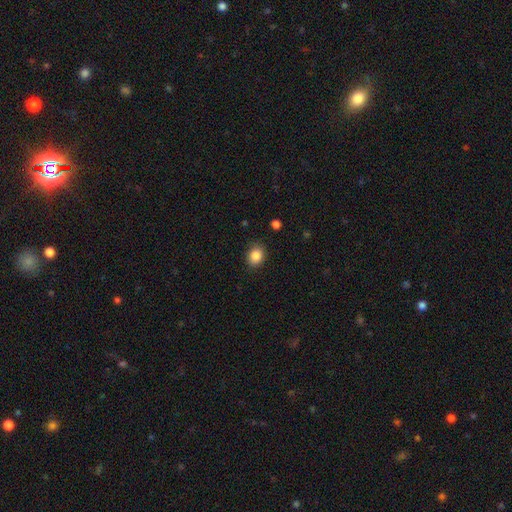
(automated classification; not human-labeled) Smooth or featured?
  - smooth: 86% *
  - star or artifact: 9%
  - featured or disk: 5%
How rounded?
  - in between: 50% *
  - round: 49%
  - cigar-shaped: 1%
Merging?
  - none: 87% *
  - minor disturbance: 10%
  - major disturbance: 3%
  - merger: 1%